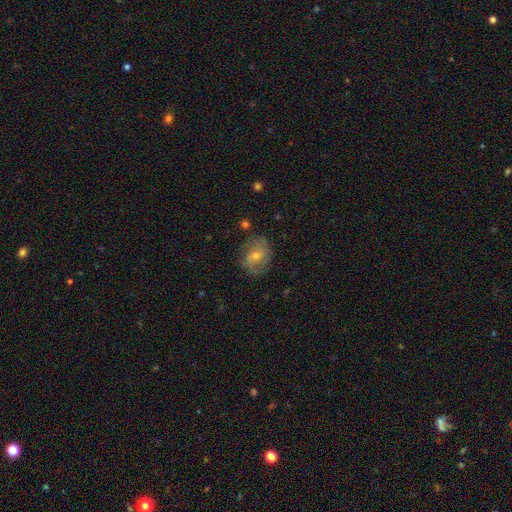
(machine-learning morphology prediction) featured or disk 51%, smooth 40%, star or artifact 9%. Down the decision tree: edge-on disk — no (96%); merging — none (73%).